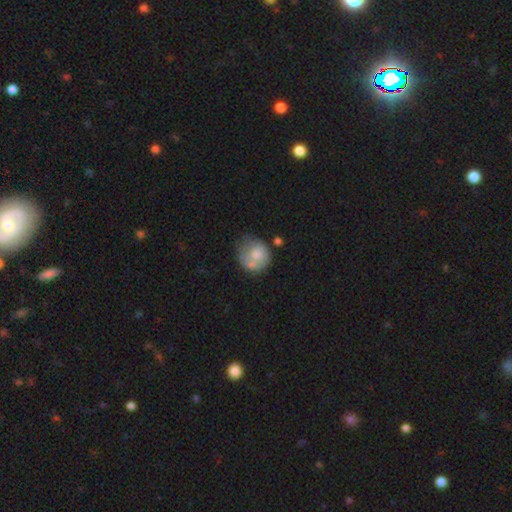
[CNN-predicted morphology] Smooth or featured? Predicted: smooth (p=0.65). How rounded? Predicted: round (p=0.78). Merging? Predicted: none (p=0.41).